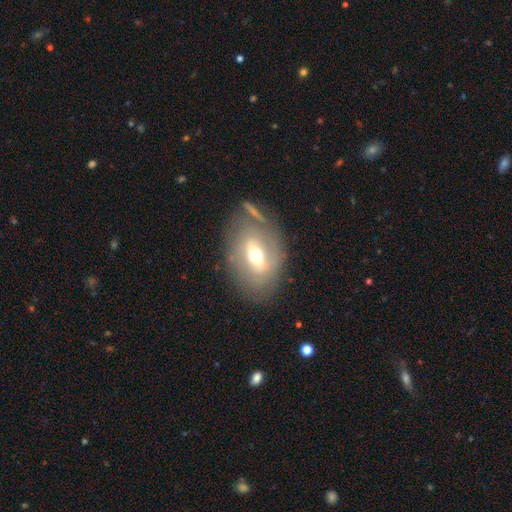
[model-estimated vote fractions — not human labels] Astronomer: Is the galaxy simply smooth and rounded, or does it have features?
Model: featured or disk — 51% (runner-up: smooth, 40%).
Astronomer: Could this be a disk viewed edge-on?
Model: no — 86%.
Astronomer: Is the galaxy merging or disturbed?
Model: none — 65%.